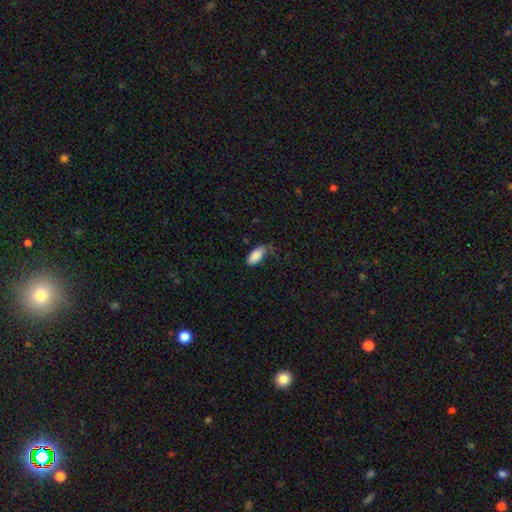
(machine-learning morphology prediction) A smooth galaxy with no disk features (88%) that is in between round and cigar-shaped (92%). Merging: none (52%).